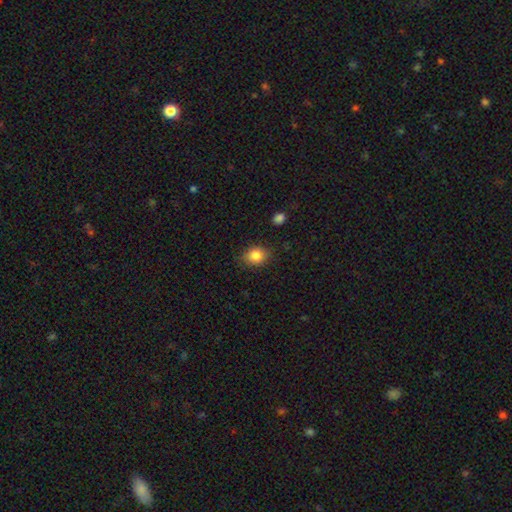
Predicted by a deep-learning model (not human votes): smooth_or_featured: smooth (p=0.84) [alt: star or artifact p=0.09]
how_rounded: round (p=0.51) [alt: in between p=0.48]
merging: none (p=0.83) [alt: minor disturbance p=0.13]